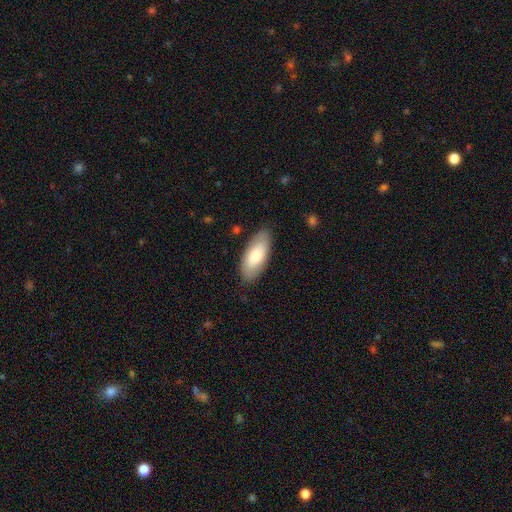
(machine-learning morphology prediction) Smooth or featured? Predicted: smooth (p=0.73). How rounded? Predicted: in between (p=0.88). Merging? Predicted: none (p=0.84).